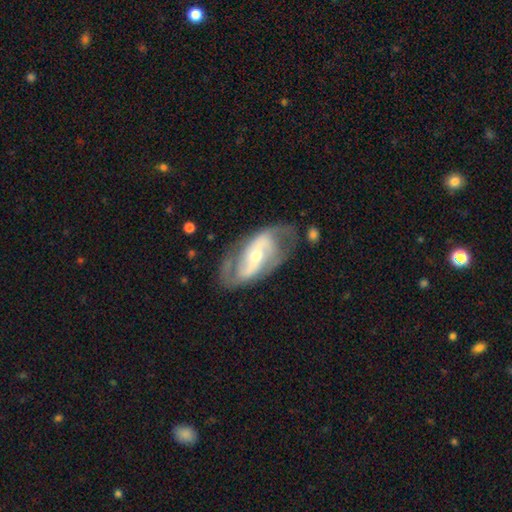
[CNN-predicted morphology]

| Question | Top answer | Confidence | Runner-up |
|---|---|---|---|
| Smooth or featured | featured or disk | 84% | smooth (11%) |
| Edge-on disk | no | 95% | yes (5%) |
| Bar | strong | 44% | weak (35%) |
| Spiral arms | yes | 90% | no (10%) |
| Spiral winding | medium | 45% | loose (32%) |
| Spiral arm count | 2 | 81% | can't tell (10%) |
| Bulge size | small | 48% | moderate (47%) |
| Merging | none | 65% | minor disturbance (20%) |